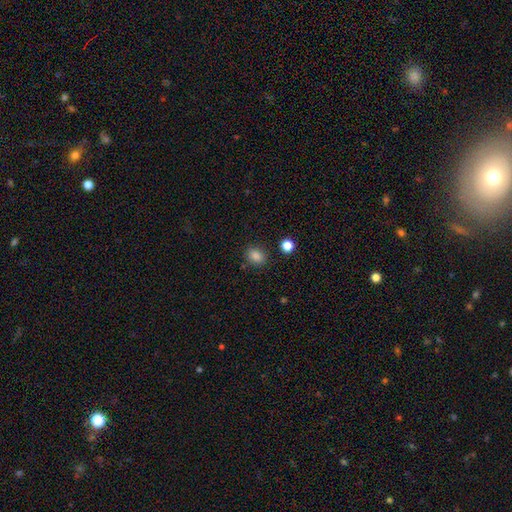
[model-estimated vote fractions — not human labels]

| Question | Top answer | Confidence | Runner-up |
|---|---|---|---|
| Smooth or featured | smooth | 85% | star or artifact (11%) |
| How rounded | in between | 55% | round (44%) |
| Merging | none | 84% | minor disturbance (10%) |